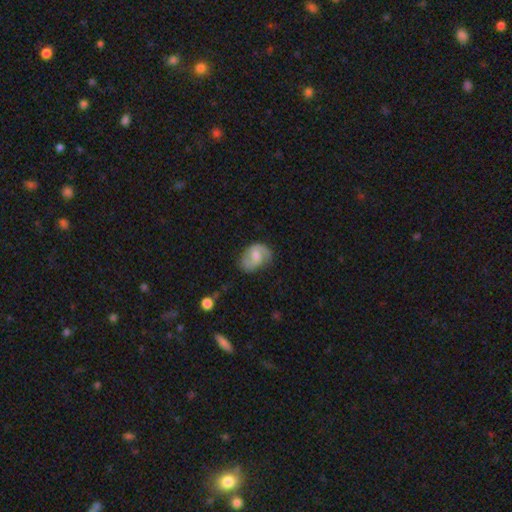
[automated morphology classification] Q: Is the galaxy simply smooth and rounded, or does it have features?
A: featured or disk — 66%.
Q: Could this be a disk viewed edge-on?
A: no — 97%.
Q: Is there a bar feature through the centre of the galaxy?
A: weak — 48%.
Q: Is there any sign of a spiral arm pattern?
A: yes — 91%.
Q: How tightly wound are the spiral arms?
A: medium — 47%.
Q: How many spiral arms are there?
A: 2 — 84%.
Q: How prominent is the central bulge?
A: moderate — 51%.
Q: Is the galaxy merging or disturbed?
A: none — 67%.